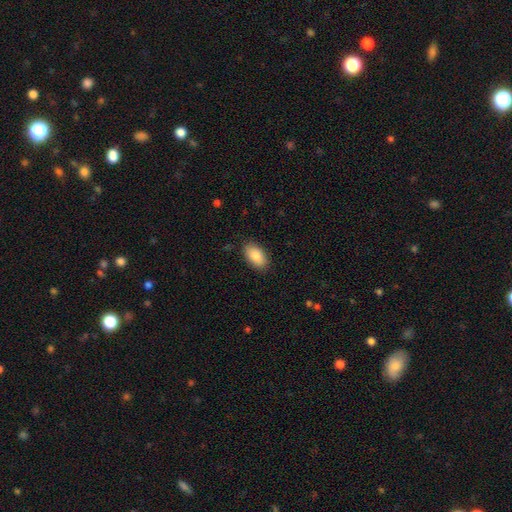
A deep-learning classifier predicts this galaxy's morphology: Smooth or featured?
  - smooth: 88% *
  - star or artifact: 6%
  - featured or disk: 6%
How rounded?
  - in between: 94% *
  - round: 4%
  - cigar-shaped: 2%
Merging?
  - none: 87% *
  - minor disturbance: 10%
  - major disturbance: 2%
  - merger: 1%